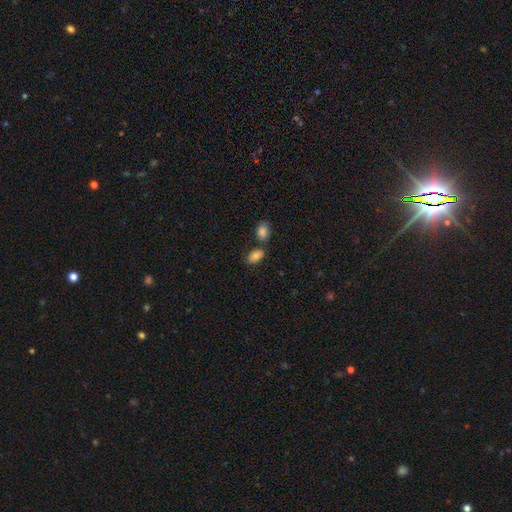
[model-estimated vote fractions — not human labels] This is clearly a smooth galaxy (83%). How rounded: clearly in between (89%). Merging: likely none (64%).